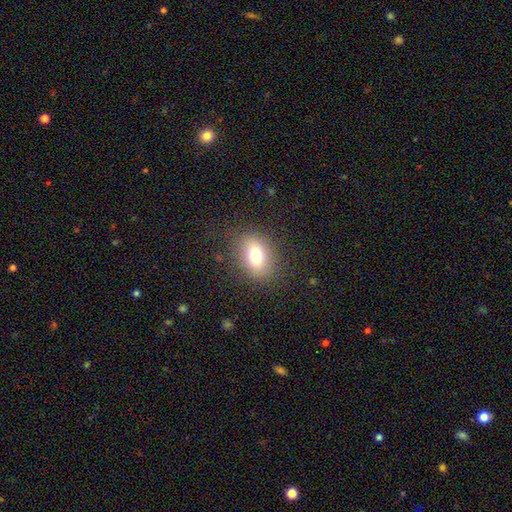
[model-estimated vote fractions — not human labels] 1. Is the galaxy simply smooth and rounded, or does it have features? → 75% smooth, 14% featured or disk, 11% star or artifact.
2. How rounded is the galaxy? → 69% in between, 29% round, 2% cigar-shaped.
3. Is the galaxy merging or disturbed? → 83% none, 11% minor disturbance, 5% major disturbance, 1% merger.